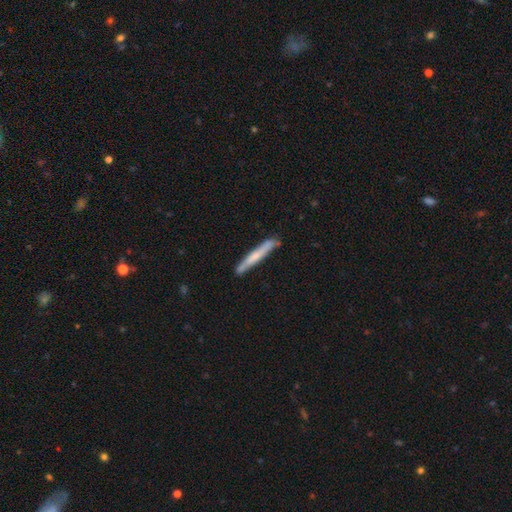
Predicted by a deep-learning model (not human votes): Smooth or featured: smooth — 57% (featured or disk — 37%)
How rounded: cigar-shaped — 96% (in between — 3%)
Merging: none — 83% (minor disturbance — 13%)